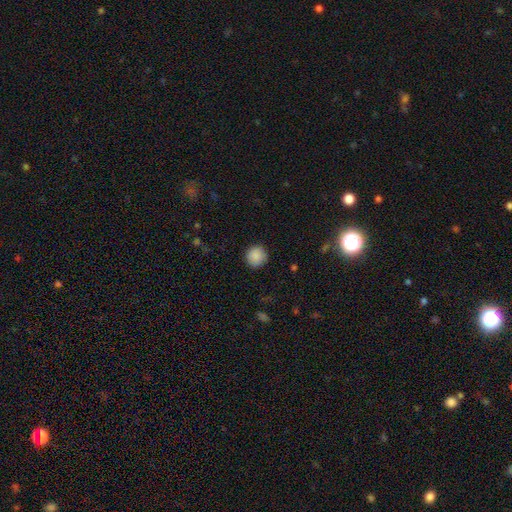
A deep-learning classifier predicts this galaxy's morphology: This is clearly a smooth galaxy (89%). How rounded: clearly round (92%). Merging: clearly none (89%).